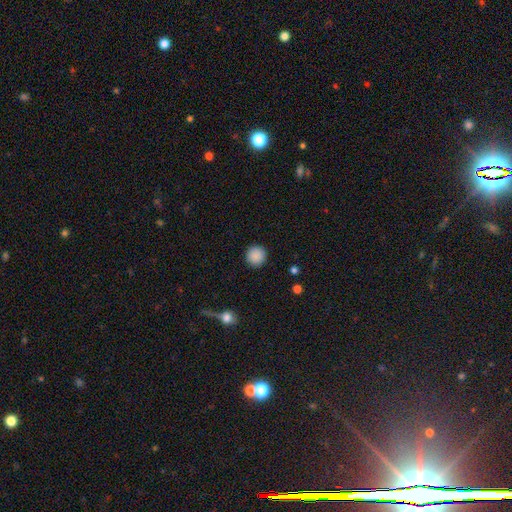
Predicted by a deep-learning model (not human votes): smooth_or_featured: smooth (p=0.89) [alt: star or artifact p=0.08]
how_rounded: round (p=0.95) [alt: in between p=0.04]
merging: none (p=0.92) [alt: minor disturbance p=0.05]